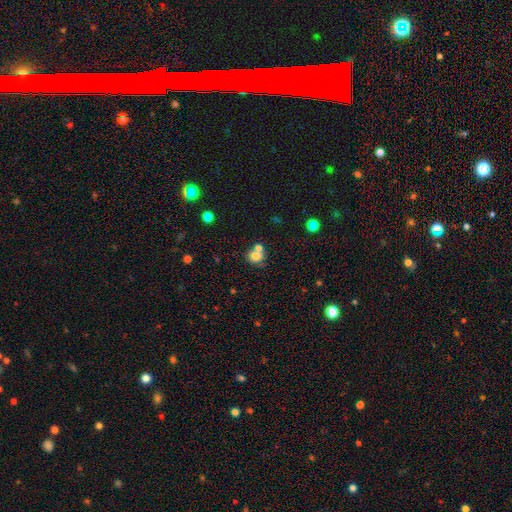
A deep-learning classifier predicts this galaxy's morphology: Q: Smooth or featured?
A: smooth (76%); runner-up: featured or disk (12%)
Q: How rounded?
A: round (81%); runner-up: in between (18%)
Q: Merging?
A: none (46%); runner-up: merger (41%)